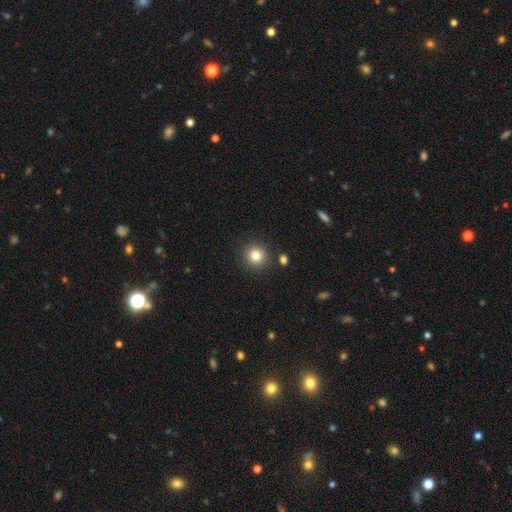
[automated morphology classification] Smooth or featured: smooth — 83% (star or artifact — 11%)
How rounded: round — 92% (in between — 7%)
Merging: none — 87% (minor disturbance — 7%)